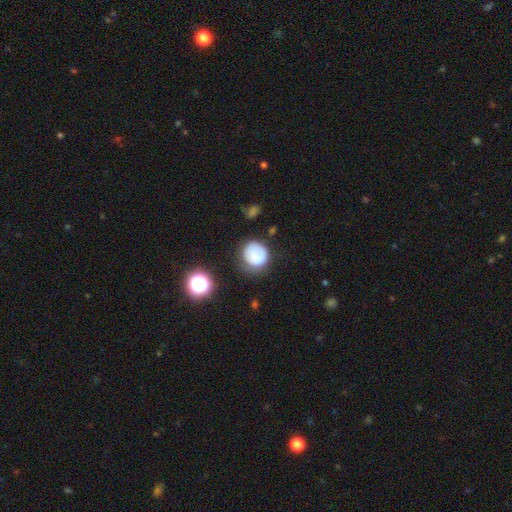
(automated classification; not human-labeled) The model was most divided on "merging": none: 60%, minor disturbance: 25%, major disturbance: 12%, merger: 3%. More confident: how rounded — round (87%); smooth or featured — smooth (73%).